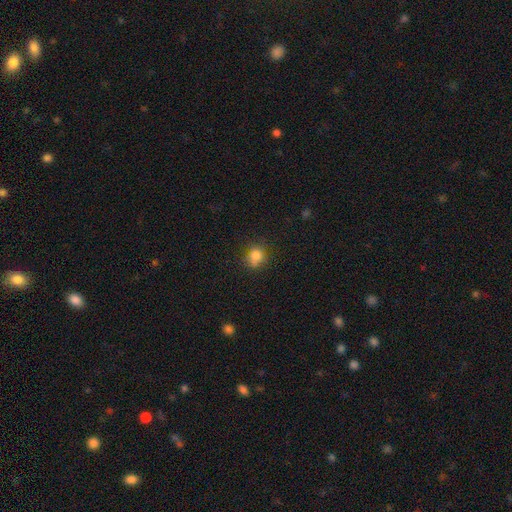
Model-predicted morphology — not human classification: Smooth or featured: smooth — 79% (star or artifact — 12%)
How rounded: round — 71% (in between — 28%)
Merging: none — 62% (minor disturbance — 21%)